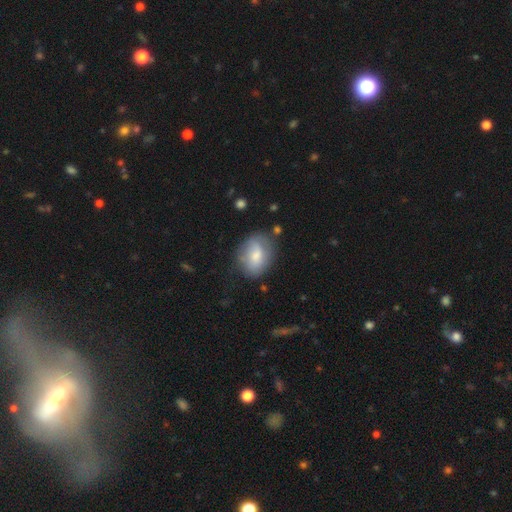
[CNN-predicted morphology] Overall: smooth (68%). How rounded: in between (69%; round 30%). Merging: none (61%; minor disturbance 26%).